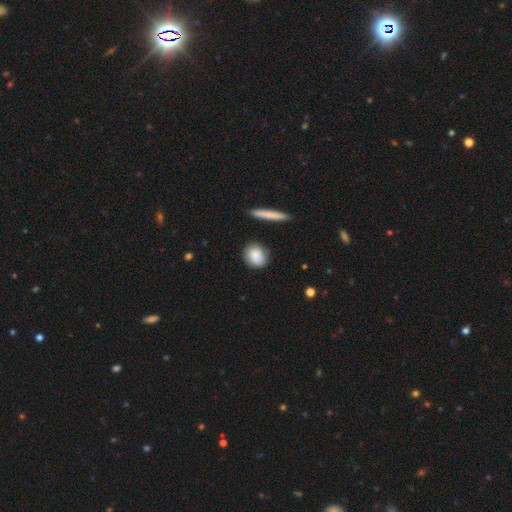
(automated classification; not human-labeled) Smooth or featured?
  - smooth: 82% *
  - featured or disk: 11%
  - star or artifact: 6%
How rounded?
  - round: 65% *
  - in between: 31%
  - cigar-shaped: 4%
Merging?
  - none: 80% *
  - minor disturbance: 13%
  - major disturbance: 3%
  - merger: 3%